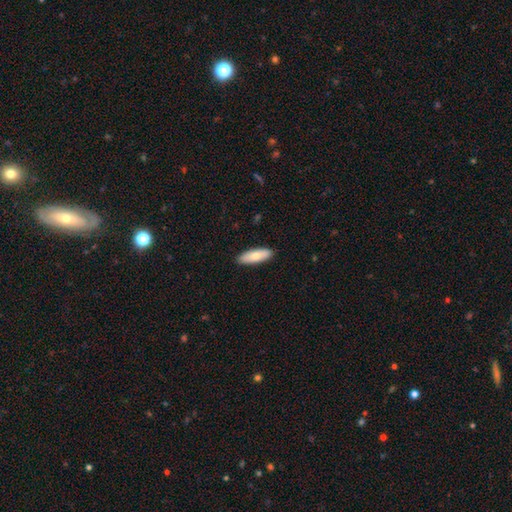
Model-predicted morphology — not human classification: Smooth or featured: smooth — 77% (featured or disk — 17%)
How rounded: in between — 61% (cigar-shaped — 37%)
Merging: none — 89% (minor disturbance — 8%)